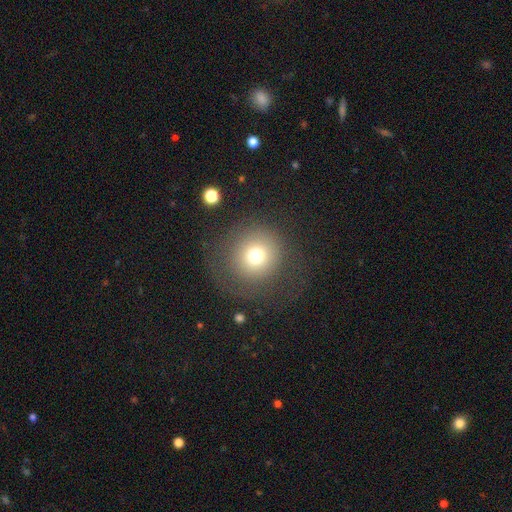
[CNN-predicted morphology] type=smooth (71%); roundness=round (93%); merging=none (71%).